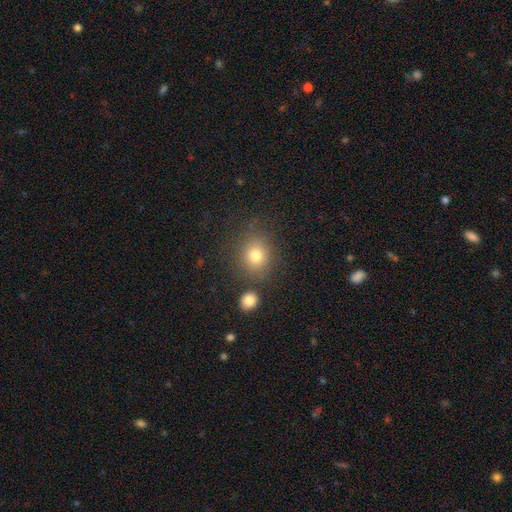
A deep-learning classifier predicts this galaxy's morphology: A smooth galaxy with no disk features (78%) that is round (76%). Merging: none (79%).